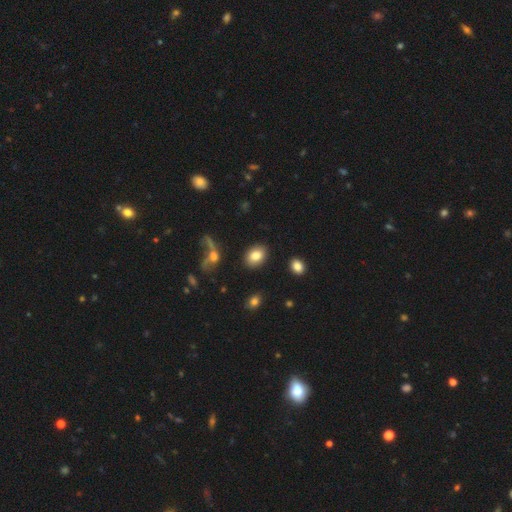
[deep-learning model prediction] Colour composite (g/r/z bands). It shows a smooth galaxy with no disk features (82%) that is in between round and cigar-shaped (74%). Merging: none (85%).